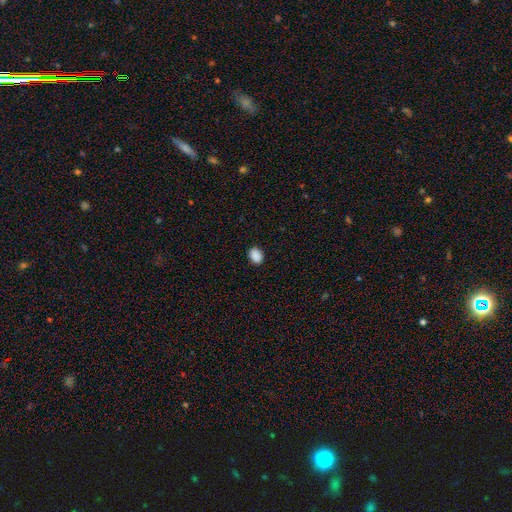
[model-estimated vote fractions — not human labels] This appears to be a smooth galaxy with no disk features (89%) that is in between round and cigar-shaped (65%). Merging: none (89%).